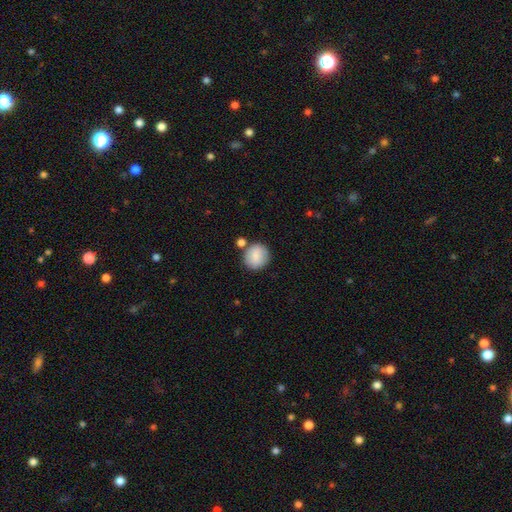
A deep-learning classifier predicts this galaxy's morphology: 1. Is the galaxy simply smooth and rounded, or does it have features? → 84% smooth, 8% featured or disk, 8% star or artifact.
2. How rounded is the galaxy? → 86% round, 13% in between, 1% cigar-shaped.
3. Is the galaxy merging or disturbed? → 71% none, 13% minor disturbance, 12% merger, 4% major disturbance.